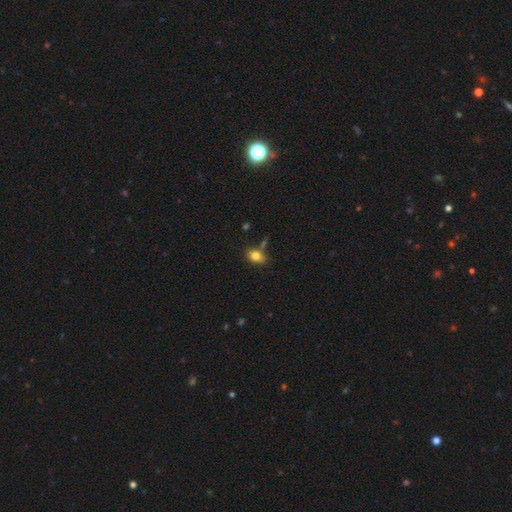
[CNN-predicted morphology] A smooth galaxy with no disk features (81%) that is in between round and cigar-shaped (68%). Merging: none (67%).